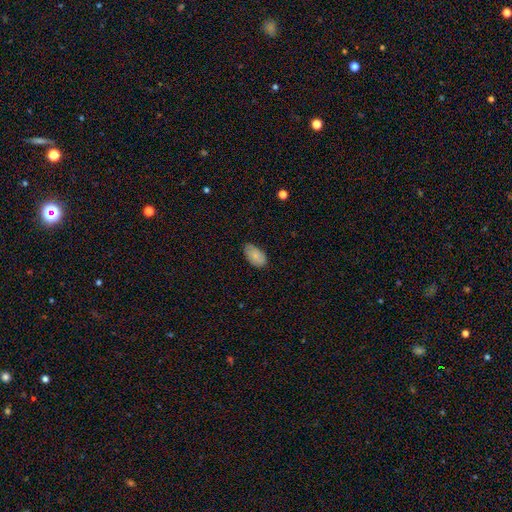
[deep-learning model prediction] smooth 77%, featured or disk 16%, star or artifact 7%. Down the decision tree: how rounded — in between (94%); merging — none (73%).